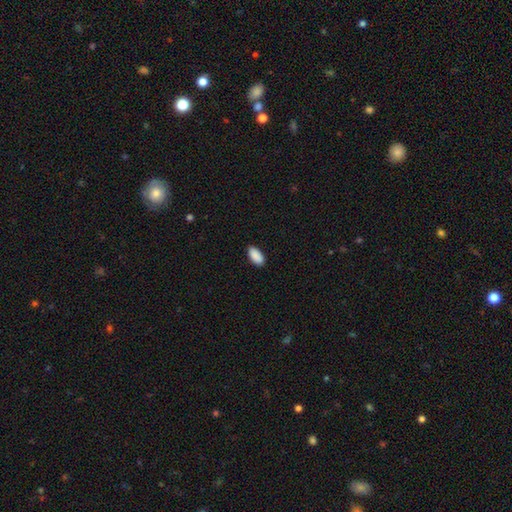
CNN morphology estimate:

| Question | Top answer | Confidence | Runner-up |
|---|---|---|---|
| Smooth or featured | smooth | 91% | star or artifact (7%) |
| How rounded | in between | 92% | cigar-shaped (5%) |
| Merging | none | 87% | minor disturbance (10%) |